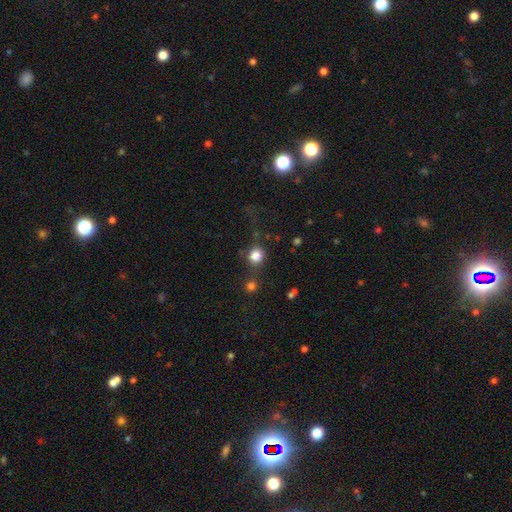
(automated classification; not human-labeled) This is clearly a smooth galaxy (82%). How rounded: clearly round (87%). Merging: likely none (70%).